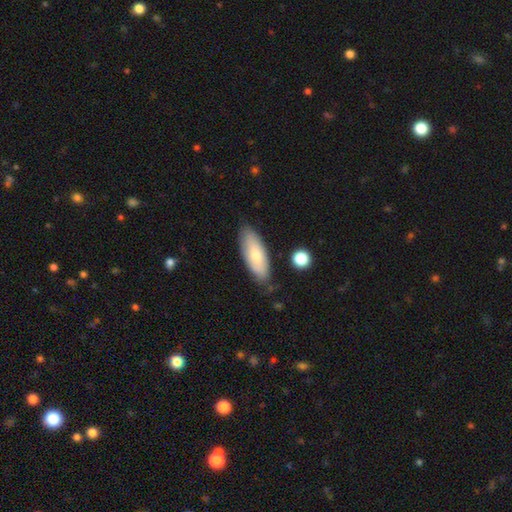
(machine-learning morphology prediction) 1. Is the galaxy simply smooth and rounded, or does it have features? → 67% smooth, 26% featured or disk, 6% star or artifact.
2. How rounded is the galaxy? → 74% in between, 23% cigar-shaped, 2% round.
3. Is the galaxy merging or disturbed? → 80% none, 15% minor disturbance, 3% major disturbance, 2% merger.